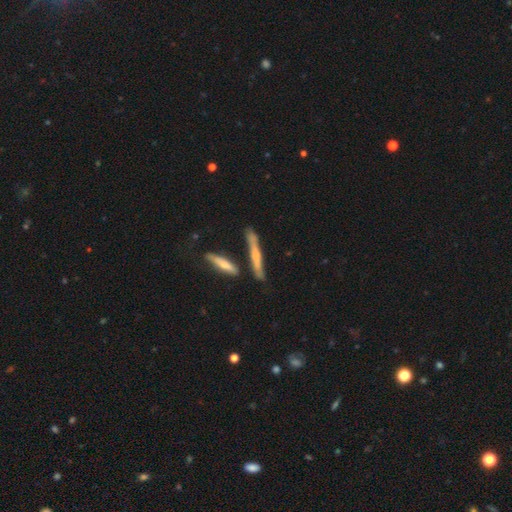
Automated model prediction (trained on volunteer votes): This is possibly a featured or disk galaxy (48%). Merging: likely none (68%).